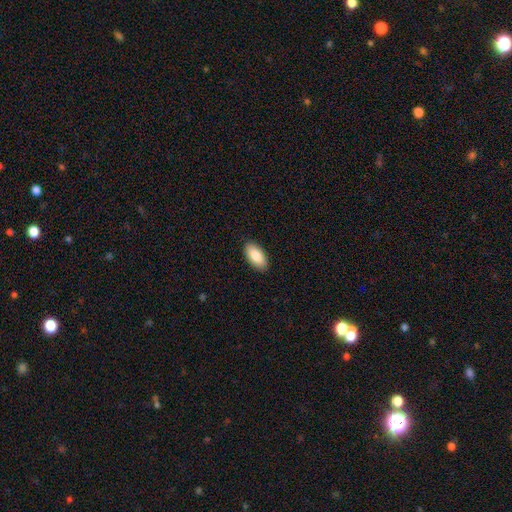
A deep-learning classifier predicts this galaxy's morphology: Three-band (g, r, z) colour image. It shows a smooth galaxy with no disk features (87%) that is in between round and cigar-shaped (94%). Merging: none (89%).